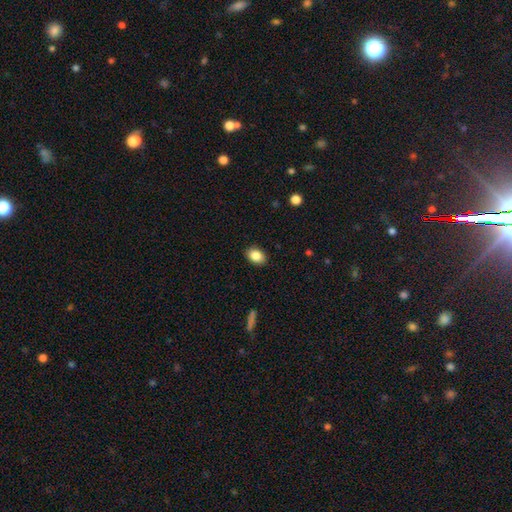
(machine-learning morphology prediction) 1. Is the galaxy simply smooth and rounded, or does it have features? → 86% smooth, 8% star or artifact, 6% featured or disk.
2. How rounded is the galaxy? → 78% in between, 21% round, 1% cigar-shaped.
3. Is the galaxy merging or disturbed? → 88% none, 9% minor disturbance, 2% major disturbance, 1% merger.